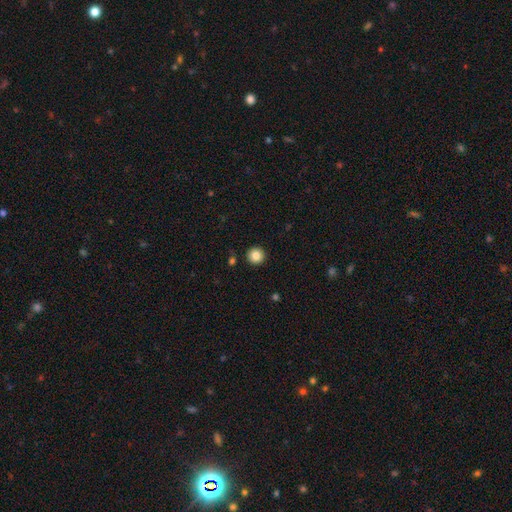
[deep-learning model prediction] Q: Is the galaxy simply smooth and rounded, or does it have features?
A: smooth — 85%.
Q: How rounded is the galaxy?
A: round — 95%.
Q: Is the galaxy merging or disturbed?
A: none — 92%.